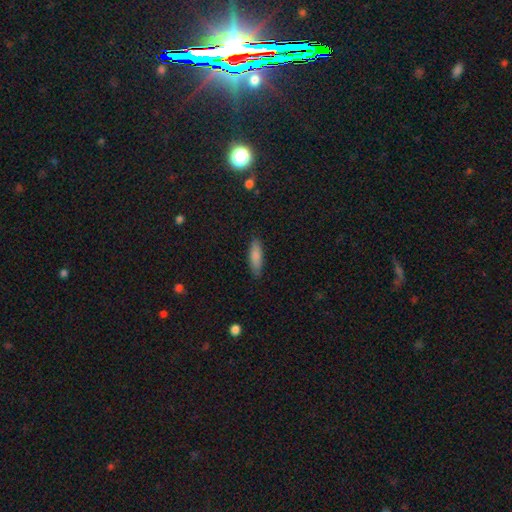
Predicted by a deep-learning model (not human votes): Smooth or featured: smooth — 85% (featured or disk — 9%)
How rounded: in between — 49% (tied with cigar-shaped — 49%)
Merging: none — 84% (minor disturbance — 13%)